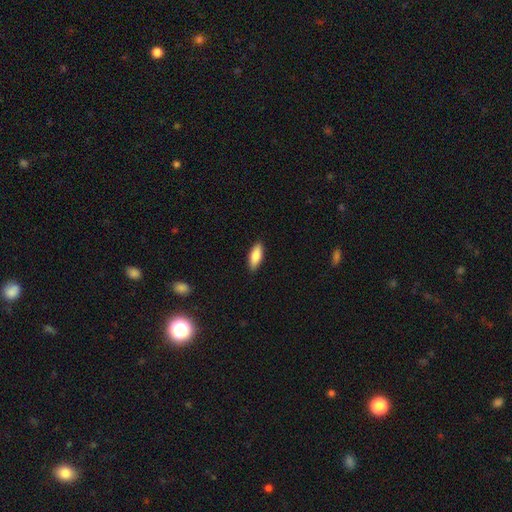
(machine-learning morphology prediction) type=smooth (83%); roundness=in between (75%); merging=none (89%).